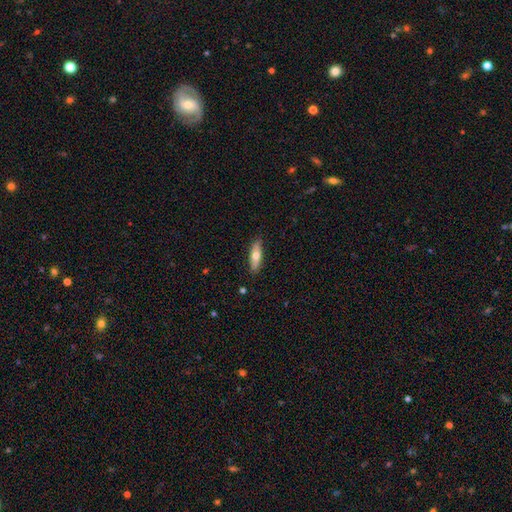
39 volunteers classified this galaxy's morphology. Smooth or featured?
  - smooth: 74% *
  - featured or disk: 23%
  - star or artifact: 3%
How rounded?
  - cigar-shaped: 59% *
  - in between: 41%
  - round: 0%
Merging?
  - none: 95% *
  - minor disturbance: 3%
  - major disturbance: 3%
  - merger: 0%